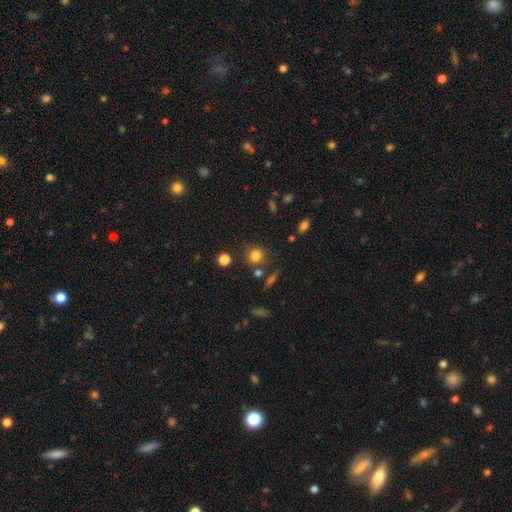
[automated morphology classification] smooth_or_featured: smooth (p=0.81) [alt: star or artifact p=0.13]
how_rounded: round (p=0.84) [alt: in between p=0.14]
merging: none (p=0.76) [alt: minor disturbance p=0.11]